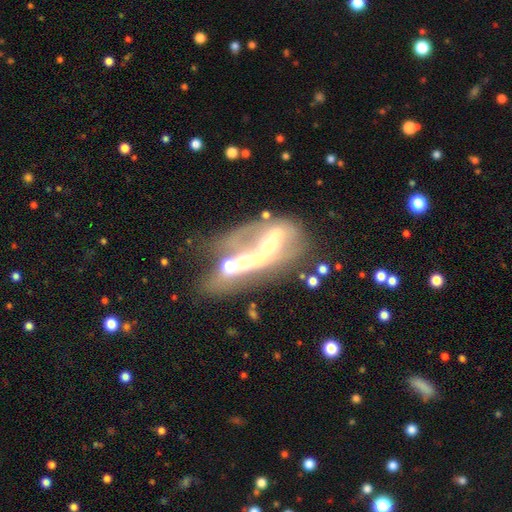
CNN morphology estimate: Smooth or featured? featured or disk (68%)
Edge-on disk? no (87%)
Bar? no (58%)
Spiral arms? no (60%)
Bulge size? moderate (52%)
Merging? merger (66%)